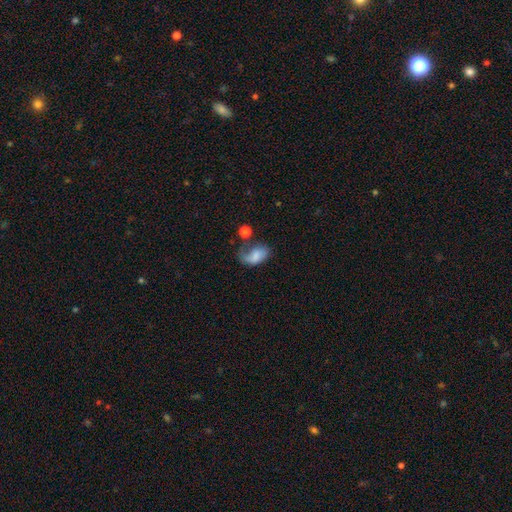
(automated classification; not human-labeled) Smooth or featured? smooth (65%)
How rounded? in between (87%)
Merging? major disturbance (33%)